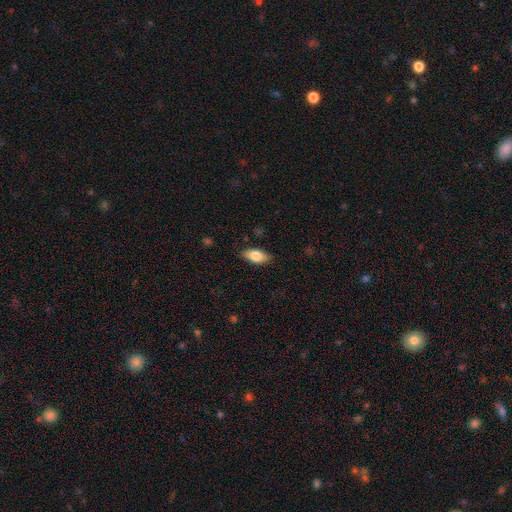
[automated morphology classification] Q: Smooth or featured?
A: smooth (82%); runner-up: featured or disk (11%)
Q: How rounded?
A: in between (90%); runner-up: cigar-shaped (6%)
Q: Merging?
A: none (83%); runner-up: minor disturbance (13%)